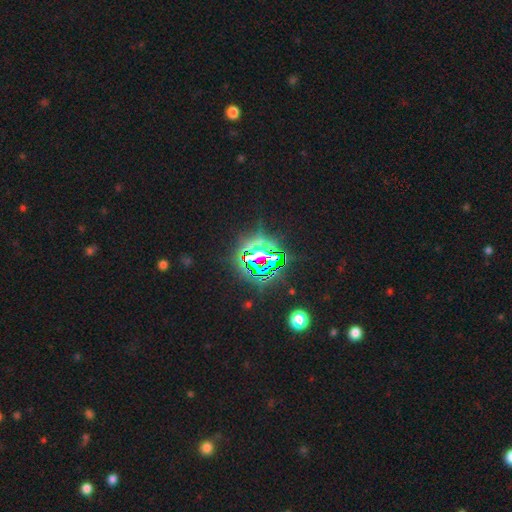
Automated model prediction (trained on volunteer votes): A star or artifact, not a galaxy (80%).

Vote fractions:
- Smooth or featured? star or artifact: 80% / smooth: 11% / featured or disk: 9%